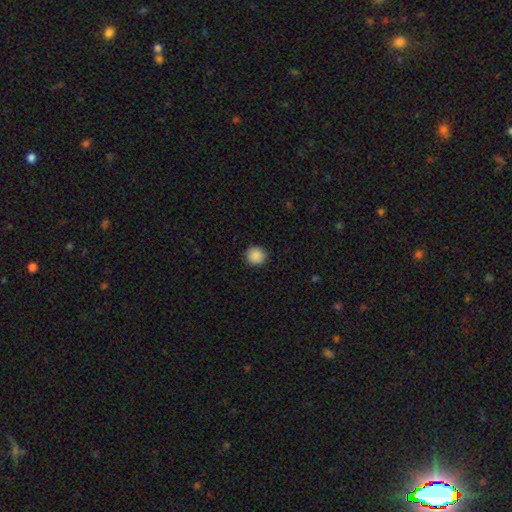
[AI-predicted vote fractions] smooth-or-featured: smooth: 89% | star or artifact: 8% | featured or disk: 3%
  how-rounded: round: 94% | in between: 5% | cigar-shaped: 1%
  merging: none: 91% | minor disturbance: 6% | major disturbance: 2% | merger: 1%